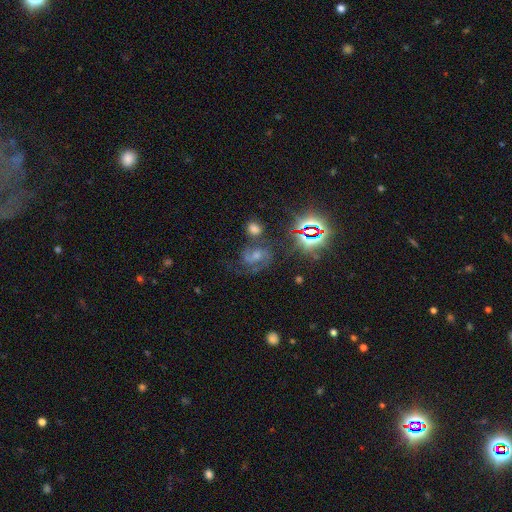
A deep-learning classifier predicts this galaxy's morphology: Smooth or featured? featured or disk (61%)
Edge-on disk? no (97%)
Bar? no (49%)
Spiral arms? yes (92%)
Spiral winding? medium (55%)
Spiral arm count? 2 (79%)
Bulge size? moderate (50%)
Merging? none (54%)